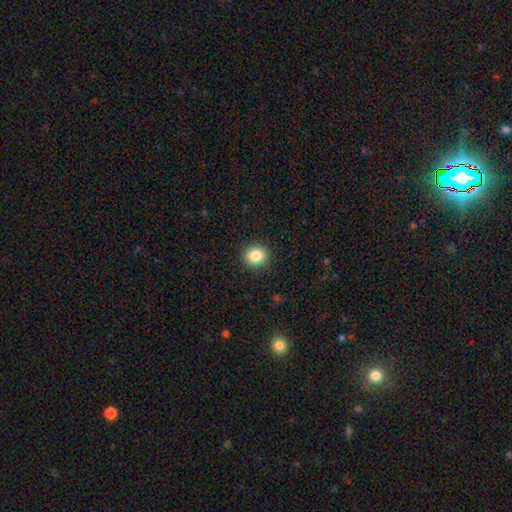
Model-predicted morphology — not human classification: type=smooth (85%); roundness=round (76%); merging=none (90%).